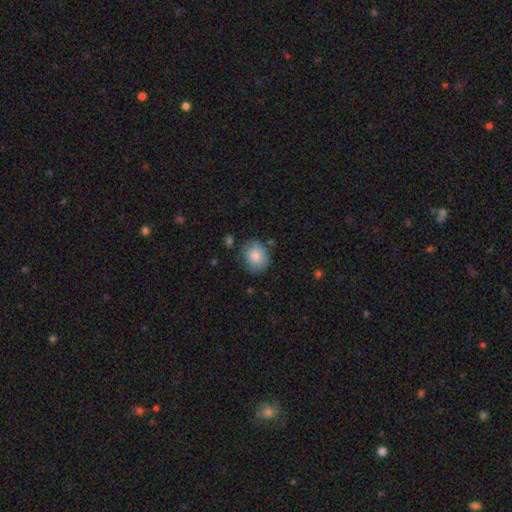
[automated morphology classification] Overall: smooth (84%). How rounded: round (69%; in between 30%). Merging: none (76%).